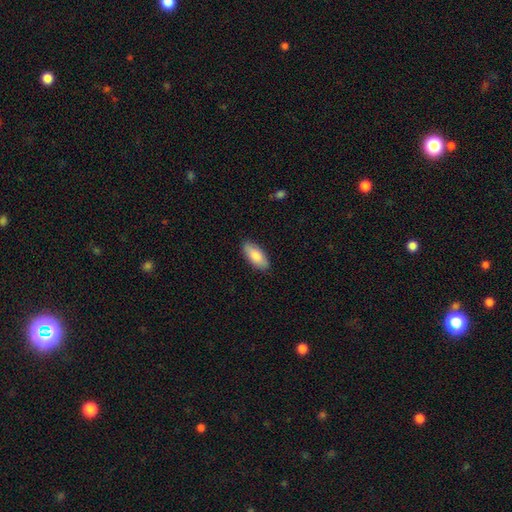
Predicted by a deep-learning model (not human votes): A smooth galaxy with no disk features (85%) that is in between round and cigar-shaped (86%).

Vote fractions:
- Smooth or featured? smooth: 85% / featured or disk: 10% / star or artifact: 6%
- How rounded? in between: 86% / cigar-shaped: 12% / round: 2%
- Merging? none: 87% / minor disturbance: 10% / major disturbance: 2% / merger: 1%